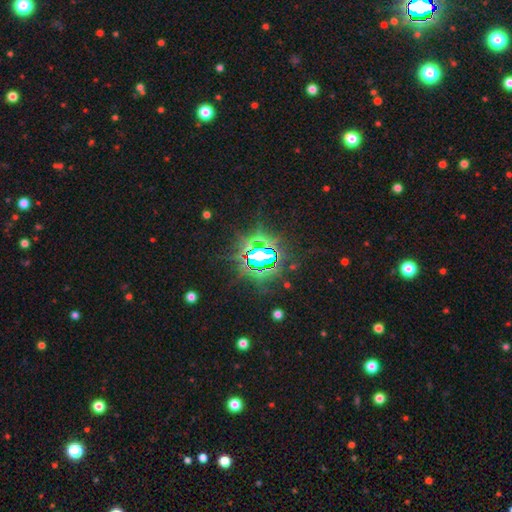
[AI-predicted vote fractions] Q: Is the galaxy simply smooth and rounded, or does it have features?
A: star or artifact — 80%.